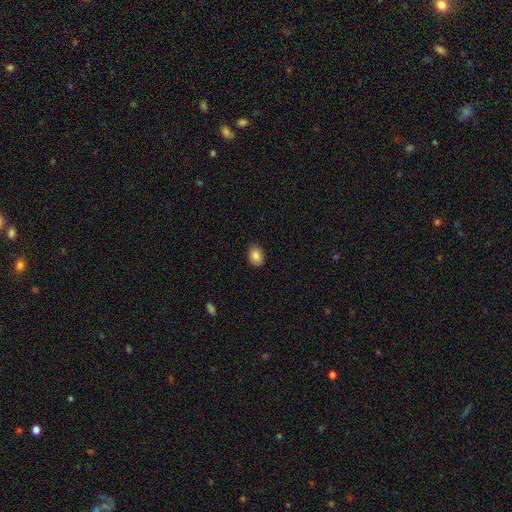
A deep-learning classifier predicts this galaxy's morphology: Smooth or featured? Predicted: smooth (p=0.84). How rounded? Predicted: in between (p=0.70). Merging? Predicted: none (p=0.87).